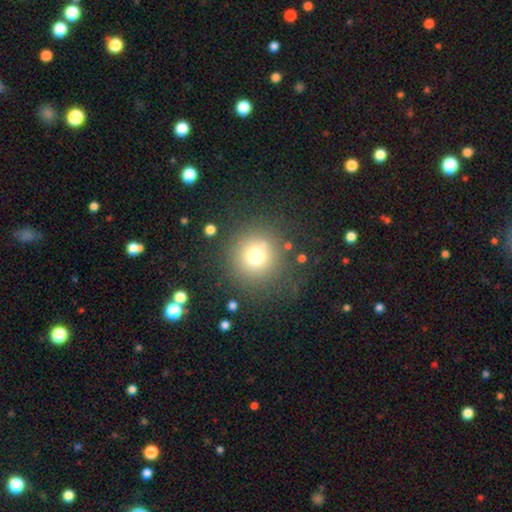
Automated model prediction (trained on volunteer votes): A smooth galaxy with no disk features (71%) that is round (95%). Merging: none (81%).